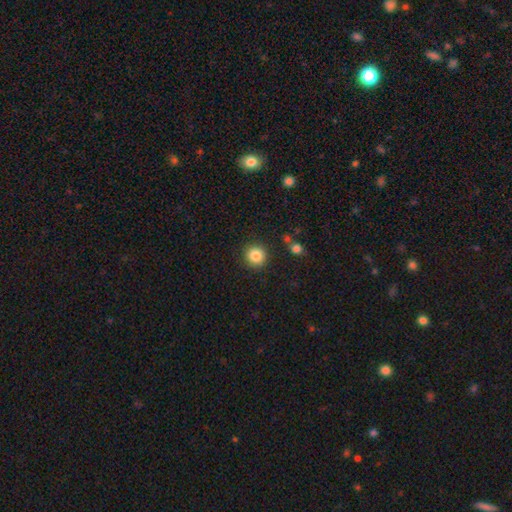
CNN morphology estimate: smooth_or_featured: smooth (p=0.85) [alt: star or artifact p=0.10]
how_rounded: round (p=0.93) [alt: in between p=0.06]
merging: none (p=0.89) [alt: minor disturbance p=0.06]